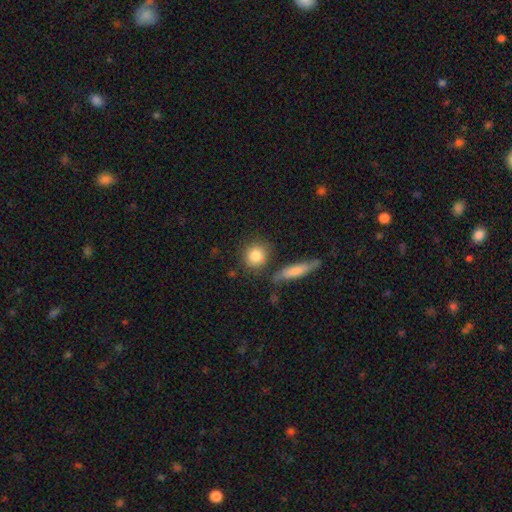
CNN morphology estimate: smooth-or-featured: smooth: 83% | featured or disk: 9% | star or artifact: 8%
  how-rounded: round: 79% | in between: 17% | cigar-shaped: 4%
  merging: none: 74% | minor disturbance: 12% | merger: 10% | major disturbance: 4%